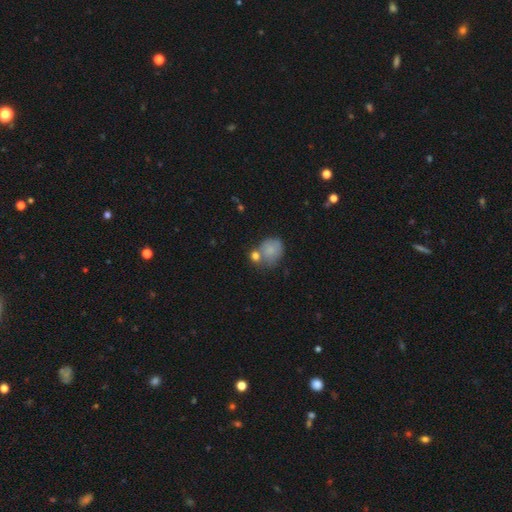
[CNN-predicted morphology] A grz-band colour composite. It shows a smooth galaxy with no disk features (56%) that is round (79%). Merging: none (62%).